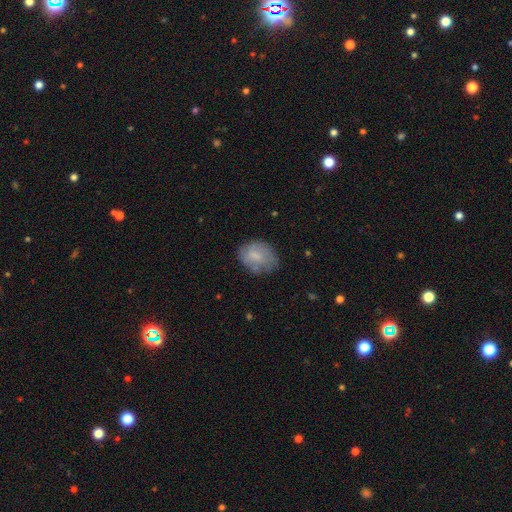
This appears to be a smooth galaxy with no disk features (56%) that is in between round and cigar-shaped (64%). Merging: none (50%).